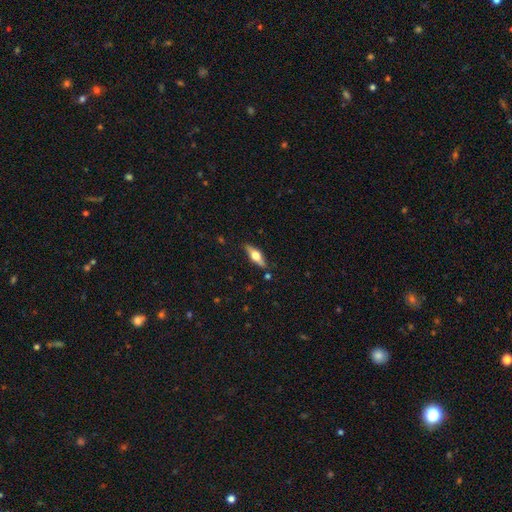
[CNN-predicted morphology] Overall: featured or disk (59%; smooth 35%). Edge-on disk: yes (93%). Edge-on bulge: rounded (94%). Merging: none (84%).